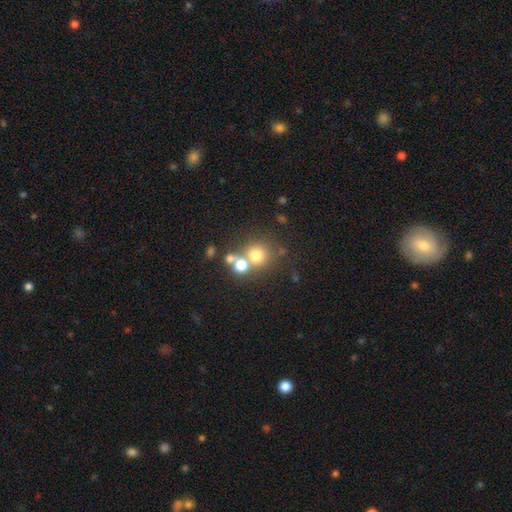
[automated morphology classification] This is likely a smooth galaxy (69%). How rounded: clearly round (89%). Merging: possibly none (54%).